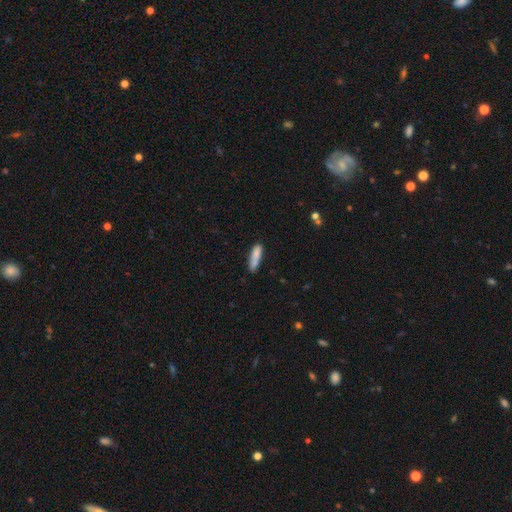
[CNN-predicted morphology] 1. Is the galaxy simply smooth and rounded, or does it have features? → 83% smooth, 10% featured or disk, 7% star or artifact.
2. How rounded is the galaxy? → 72% cigar-shaped, 27% in between, 2% round.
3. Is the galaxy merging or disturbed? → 69% none, 22% minor disturbance, 5% merger, 4% major disturbance.